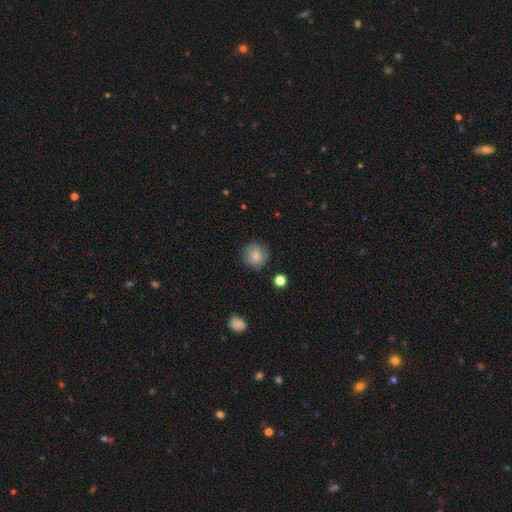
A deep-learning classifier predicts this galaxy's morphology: smooth_or_featured: smooth (p=0.81) [alt: featured or disk p=0.11]
how_rounded: round (p=0.91) [alt: in between p=0.08]
merging: none (p=0.85) [alt: minor disturbance p=0.11]